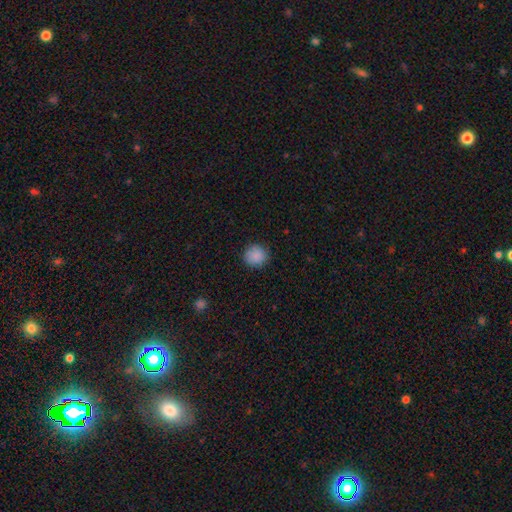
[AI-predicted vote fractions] smooth 88%, star or artifact 9%, featured or disk 3%. Down the decision tree: how rounded — round (90%); merging — none (88%).